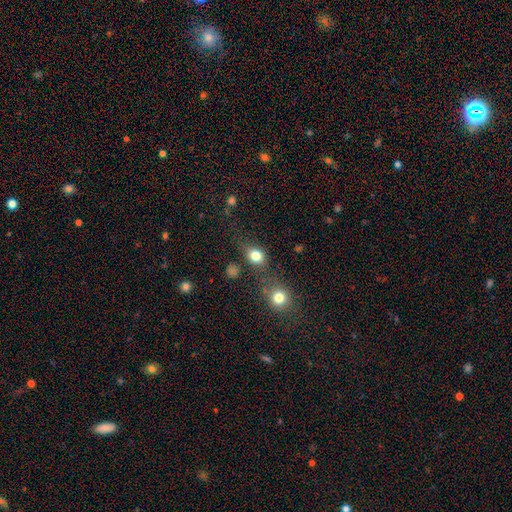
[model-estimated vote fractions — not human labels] Overall: smooth (80%). How rounded: round (59%; in between 39%). Merging: none (59%; merger 19%).